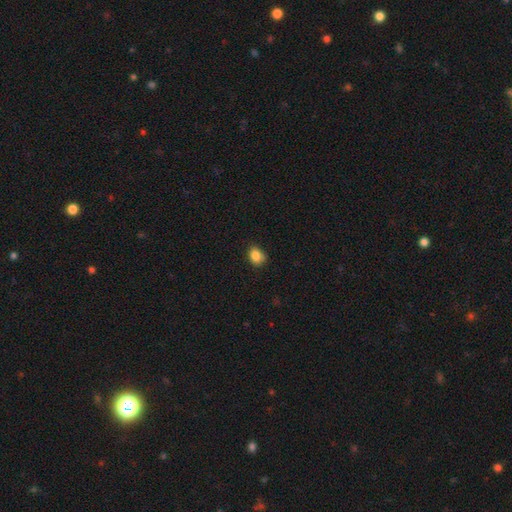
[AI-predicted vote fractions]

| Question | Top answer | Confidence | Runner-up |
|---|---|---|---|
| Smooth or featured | smooth | 85% | star or artifact (9%) |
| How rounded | in between | 61% | round (38%) |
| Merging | none | 75% | minor disturbance (20%) |